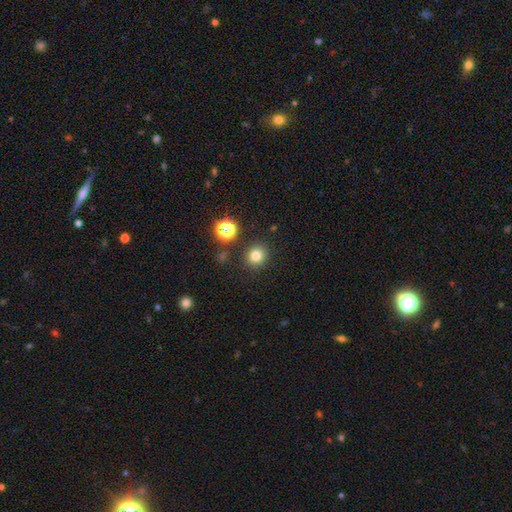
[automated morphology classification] Smooth or featured: smooth — 78% (star or artifact — 16%)
How rounded: round — 87% (in between — 12%)
Merging: none — 87% (minor disturbance — 7%)